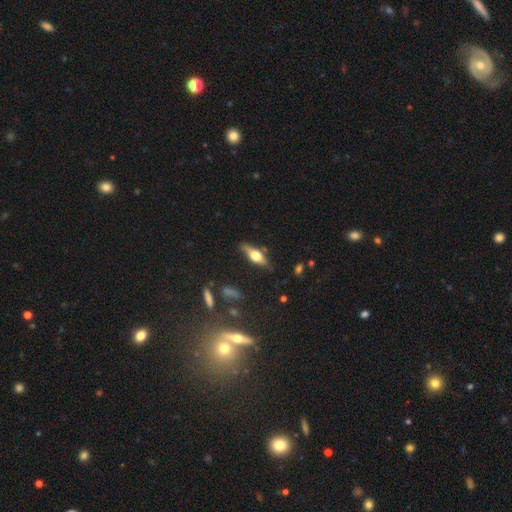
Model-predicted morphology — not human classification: A featured or disk galaxy (53%) viewed edge-on (91%).

Vote fractions:
- Smooth or featured? featured or disk: 53% / smooth: 39% / star or artifact: 7%
- Edge-on disk? yes: 91% / no: 9%
- Merging? none: 76% / minor disturbance: 17% / major disturbance: 4% / merger: 2%